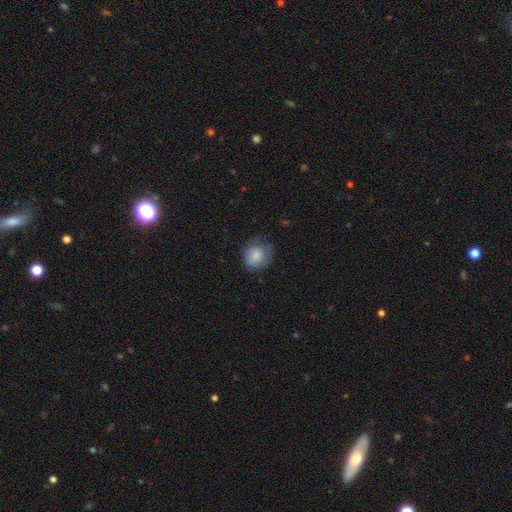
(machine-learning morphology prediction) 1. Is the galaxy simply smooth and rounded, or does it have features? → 82% smooth, 10% featured or disk, 8% star or artifact.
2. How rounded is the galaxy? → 74% round, 25% in between, 1% cigar-shaped.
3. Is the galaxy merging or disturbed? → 63% none, 26% minor disturbance, 10% major disturbance, 1% merger.